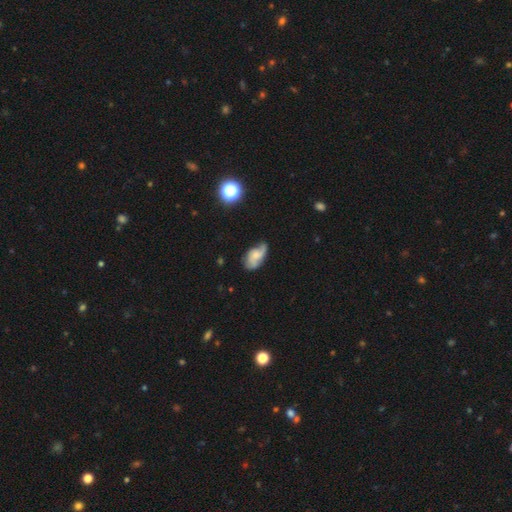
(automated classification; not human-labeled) smooth_or_featured: featured or disk (p=0.56) [alt: smooth p=0.35]
disk_edge_on: no (p=0.95) [alt: yes p=0.05]
bar: no (p=0.67) [alt: weak p=0.28]
has_spiral_arms: yes (p=0.87) [alt: no p=0.13]
bulge_size: small (p=0.43) [alt: moderate p=0.31]
merging: none (p=0.51) [alt: minor disturbance p=0.30]